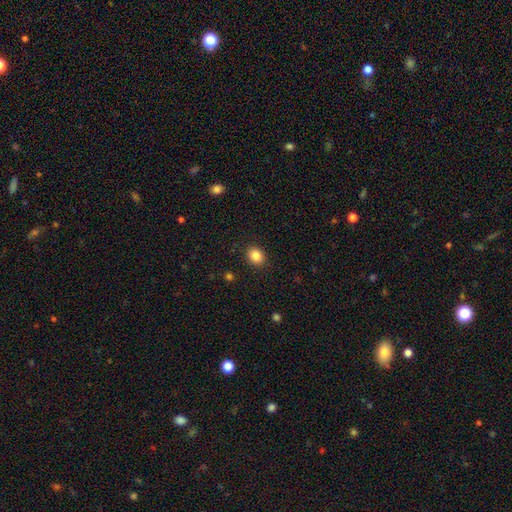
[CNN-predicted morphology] The model was most divided on "how rounded": round: 56%, in between: 43%, cigar-shaped: 1%. More confident: merging — none (89%); smooth or featured — smooth (86%).